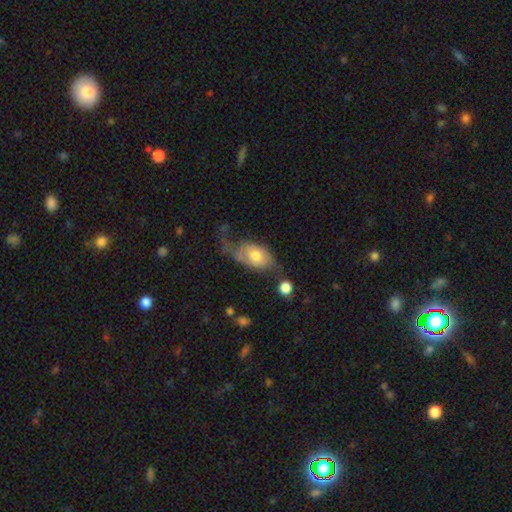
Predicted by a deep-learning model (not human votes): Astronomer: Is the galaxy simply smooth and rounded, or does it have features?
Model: smooth — 53% (runner-up: featured or disk, 40%).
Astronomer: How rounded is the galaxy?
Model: in between — 84%.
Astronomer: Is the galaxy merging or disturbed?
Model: major disturbance — 37% (runner-up: minor disturbance, 27%).